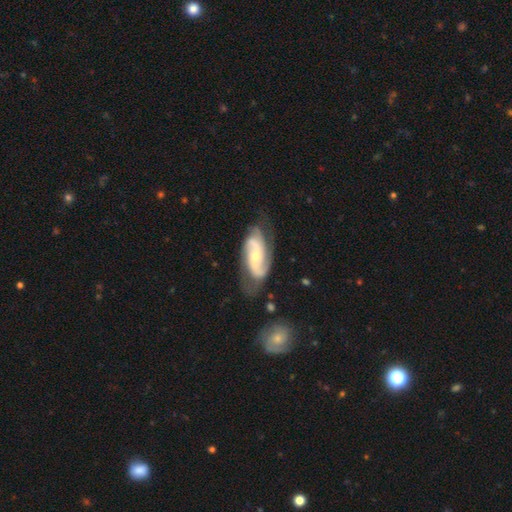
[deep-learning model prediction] smooth_or_featured: featured or disk (p=0.82) [alt: smooth p=0.13]
disk_edge_on: no (p=0.95) [alt: yes p=0.05]
bar: no (p=0.51) [alt: weak p=0.36]
has_spiral_arms: yes (p=0.95) [alt: no p=0.05]
spiral_winding: medium (p=0.46) [alt: tight p=0.28]
spiral_arm_count: 2 (p=0.76) [alt: can't tell p=0.10]
bulge_size: small (p=0.54) [alt: moderate p=0.41]
merging: none (p=0.63) [alt: minor disturbance p=0.23]